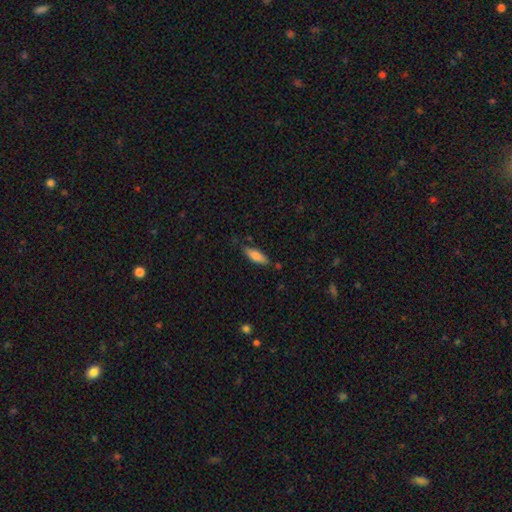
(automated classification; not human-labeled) smooth_or_featured: smooth (p=0.78) [alt: featured or disk p=0.16]
how_rounded: in between (p=0.58) [alt: cigar-shaped p=0.40]
merging: none (p=0.77) [alt: minor disturbance p=0.17]